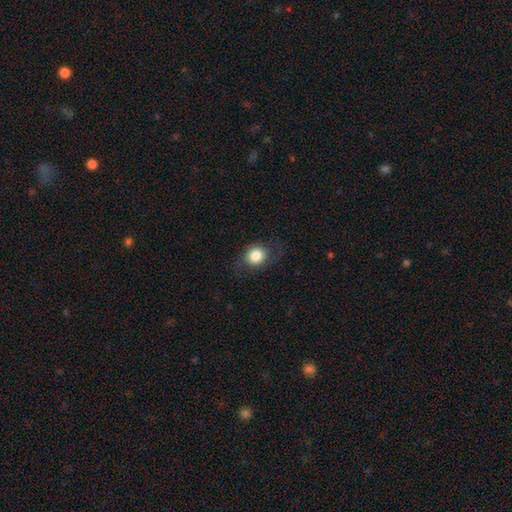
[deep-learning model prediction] smooth-or-featured: smooth: 80% | featured or disk: 11% | star or artifact: 9%
  how-rounded: round: 69% | in between: 30% | cigar-shaped: 1%
  merging: none: 74% | minor disturbance: 17% | major disturbance: 9% | merger: 1%